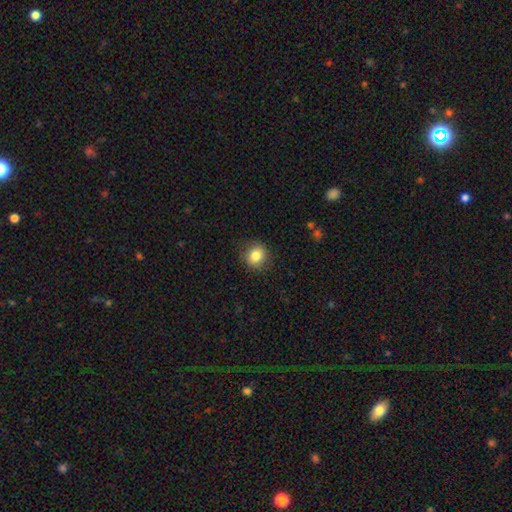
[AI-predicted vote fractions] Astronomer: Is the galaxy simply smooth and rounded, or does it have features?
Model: smooth — 84%.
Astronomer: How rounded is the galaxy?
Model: round — 84%.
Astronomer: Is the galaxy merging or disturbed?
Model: none — 86%.